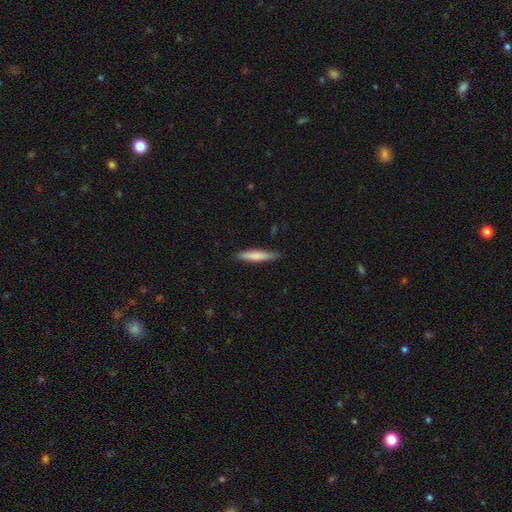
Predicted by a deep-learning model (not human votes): A smooth galaxy with no disk features (74%) that is cigar-shaped (88%).

Vote fractions:
- Smooth or featured? smooth: 74% / featured or disk: 21% / star or artifact: 5%
- How rounded? cigar-shaped: 88% / in between: 10% / round: 1%
- Merging? none: 87% / minor disturbance: 10% / major disturbance: 2% / merger: 1%